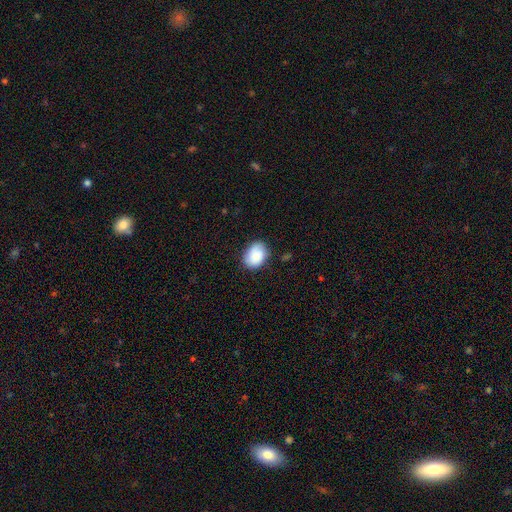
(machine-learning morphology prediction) A smooth galaxy with no disk features (85%) that is in between round and cigar-shaped (71%).

Vote fractions:
- Smooth or featured? smooth: 85% / featured or disk: 8% / star or artifact: 7%
- How rounded? in between: 71% / round: 28% / cigar-shaped: 1%
- Merging? none: 77% / minor disturbance: 18% / major disturbance: 4% / merger: 1%